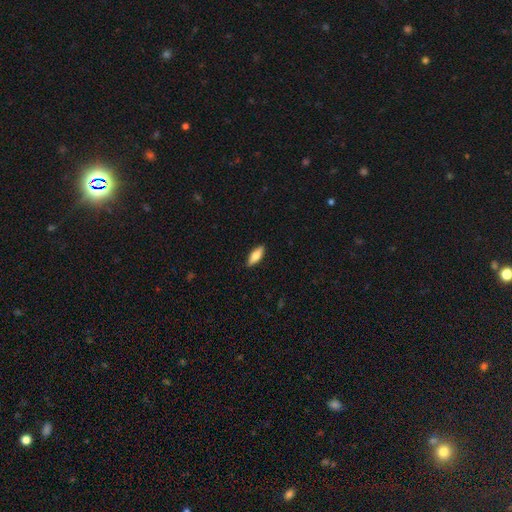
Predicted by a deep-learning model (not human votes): smooth_or_featured: smooth (p=0.73) [alt: featured or disk p=0.21]
how_rounded: in between (p=0.65) [alt: cigar-shaped p=0.33]
merging: none (p=0.89) [alt: minor disturbance p=0.08]